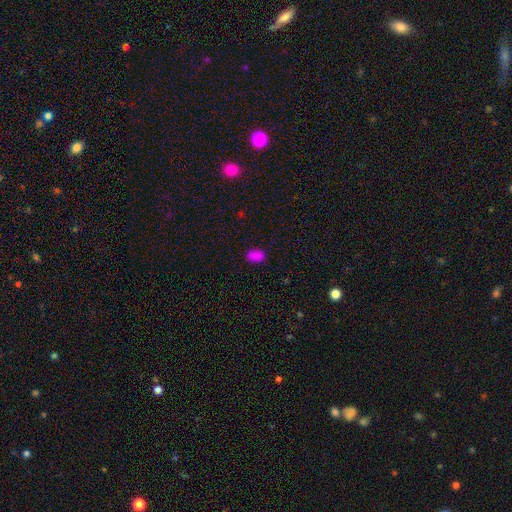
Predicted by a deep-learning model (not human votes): The model was most divided on "smooth or featured": smooth: 84%, star or artifact: 13%, featured or disk: 3%. More confident: how rounded — in between (89%); merging — none (86%).